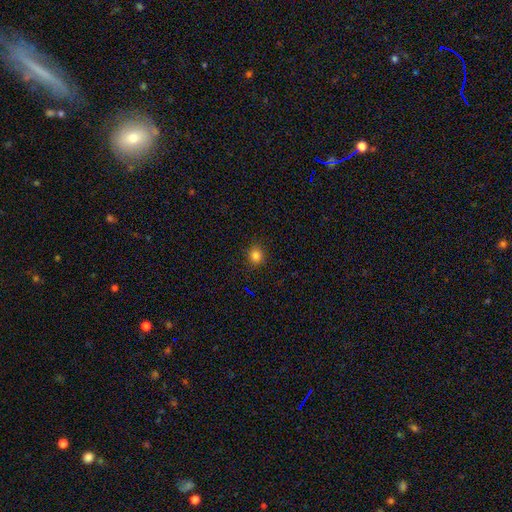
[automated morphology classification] Smooth or featured? smooth (81%)
How rounded? round (86%)
Merging? none (90%)